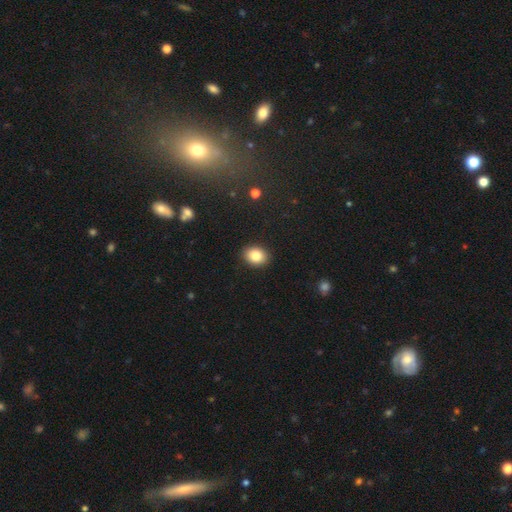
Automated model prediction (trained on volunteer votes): This is clearly a smooth galaxy (84%). How rounded: possibly in between (59%). Merging: clearly none (90%).